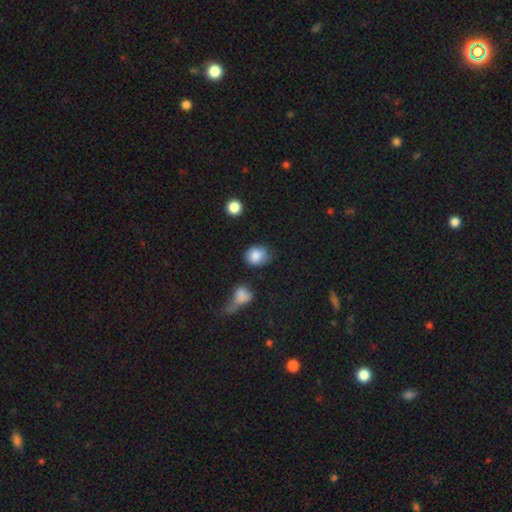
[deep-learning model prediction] Smooth or featured? smooth (85%)
How rounded? round (59%)
Merging? none (58%)